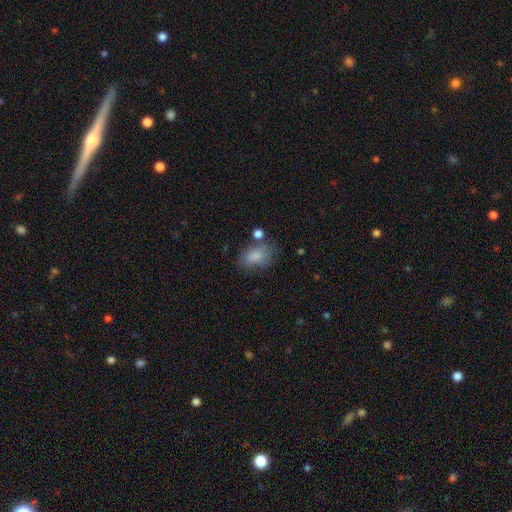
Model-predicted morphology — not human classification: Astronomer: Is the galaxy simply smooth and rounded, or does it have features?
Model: smooth — 80%.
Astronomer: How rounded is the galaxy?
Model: in between — 81%.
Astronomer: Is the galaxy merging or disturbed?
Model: none — 54%.